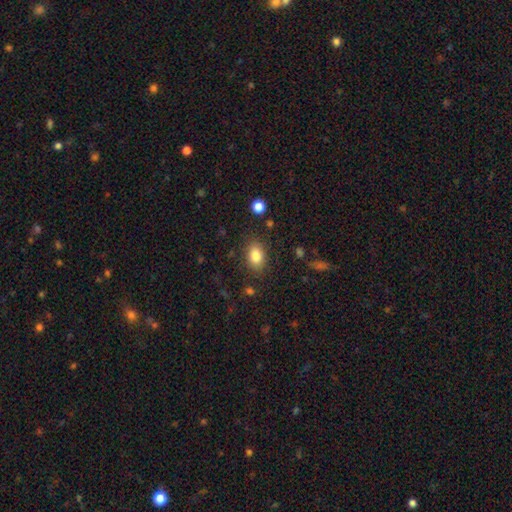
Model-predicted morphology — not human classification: Smooth or featured? smooth (84%)
How rounded? in between (80%)
Merging? none (84%)